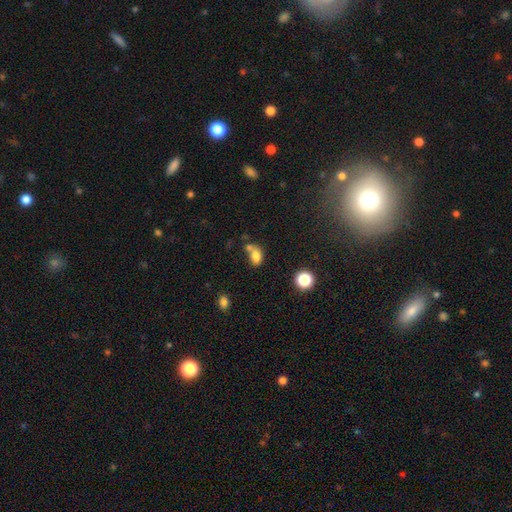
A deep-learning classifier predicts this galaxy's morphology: Smooth or featured? smooth (78%)
How rounded? in between (75%)
Merging? merger (43%)